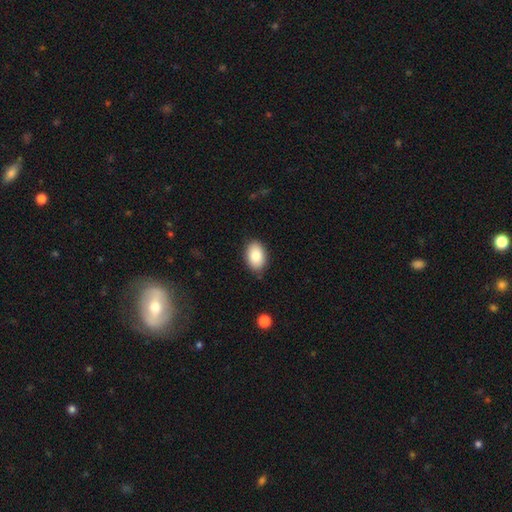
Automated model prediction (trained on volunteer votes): A smooth galaxy with no disk features (86%) that is in between round and cigar-shaped (90%). Merging: none (85%).